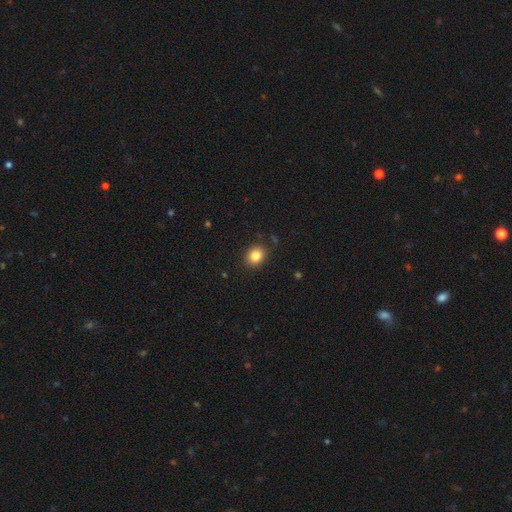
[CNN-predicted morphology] Q: Smooth or featured?
A: smooth (83%); runner-up: star or artifact (11%)
Q: How rounded?
A: round (66%); runner-up: in between (33%)
Q: Merging?
A: none (88%); runner-up: minor disturbance (8%)